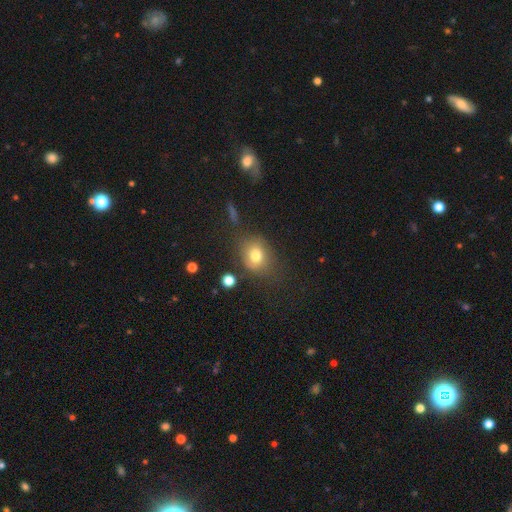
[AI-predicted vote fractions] This appears to be a smooth galaxy with no disk features (76%) that is round (56%). Merging: none (66%).